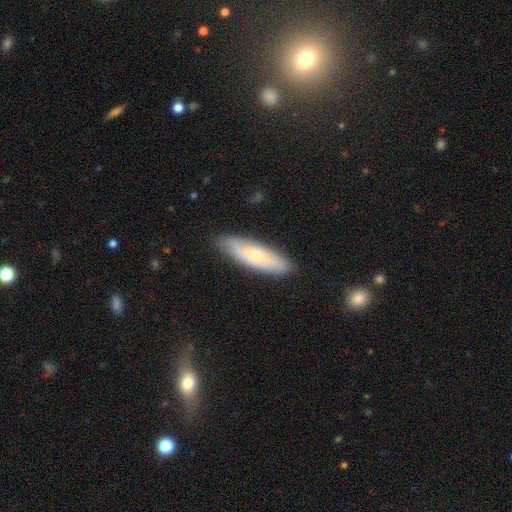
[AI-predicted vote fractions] This appears to be a smooth galaxy with no disk features (62%) that is cigar-shaped (57%). Merging: none (84%).